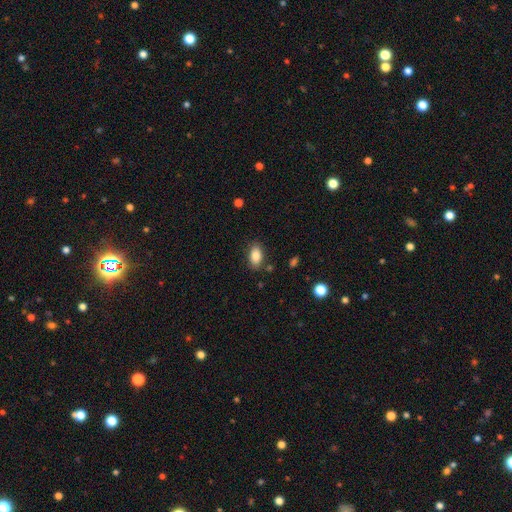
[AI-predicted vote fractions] smooth 84%, featured or disk 8%, star or artifact 8%. Down the decision tree: how rounded — in between (91%); merging — none (84%).